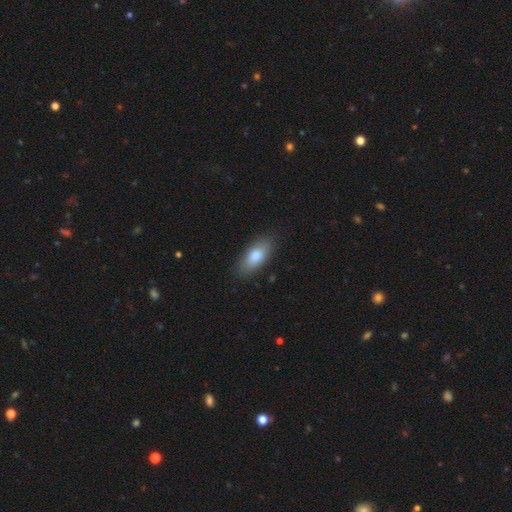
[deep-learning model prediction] Smooth or featured? smooth (81%)
How rounded? in between (84%)
Merging? none (85%)